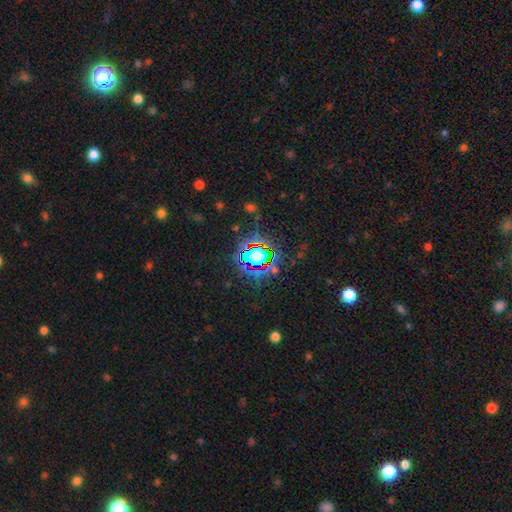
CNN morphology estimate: A star or artifact, not a galaxy (72%).

Vote fractions:
- Smooth or featured? star or artifact: 72% / smooth: 17% / featured or disk: 11%